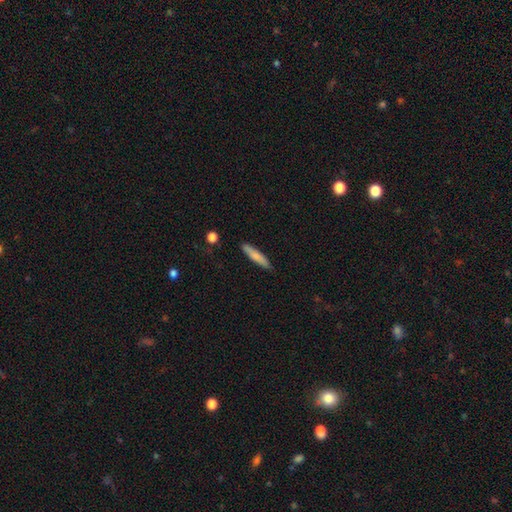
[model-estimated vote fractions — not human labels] A smooth galaxy with no disk features (76%) that is cigar-shaped (88%).

Vote fractions:
- Smooth or featured? smooth: 76% / featured or disk: 18% / star or artifact: 6%
- How rounded? cigar-shaped: 88% / in between: 11% / round: 1%
- Merging? none: 87% / minor disturbance: 9% / major disturbance: 2% / merger: 1%